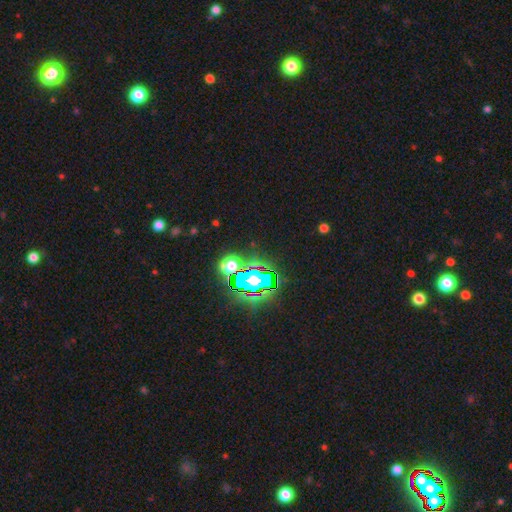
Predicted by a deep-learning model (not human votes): star or artifact 79%, smooth 13%, featured or disk 8%.